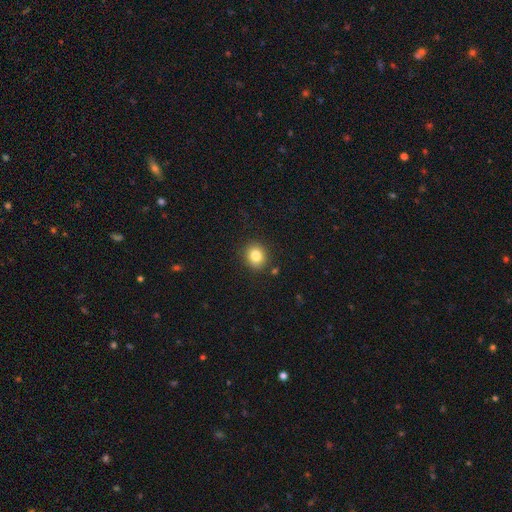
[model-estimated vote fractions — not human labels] Smooth or featured: smooth — 83% (star or artifact — 11%)
How rounded: round — 75% (in between — 24%)
Merging: none — 87% (minor disturbance — 8%)